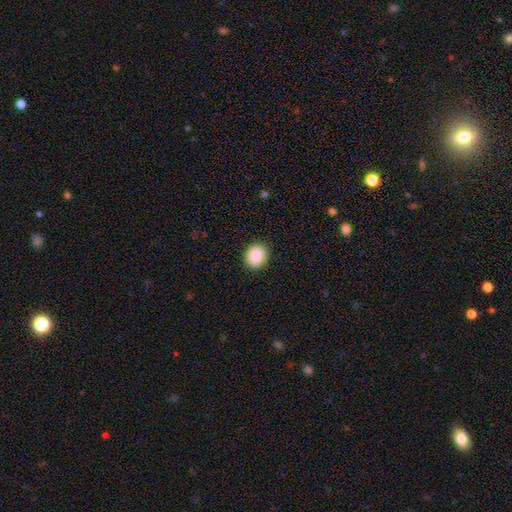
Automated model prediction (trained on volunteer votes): Smooth or featured? Predicted: smooth (p=0.90). How rounded? Predicted: round (p=0.66). Merging? Predicted: none (p=0.90).